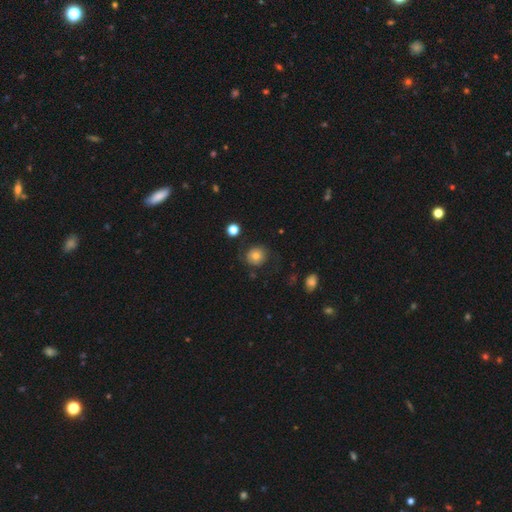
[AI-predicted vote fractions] Smooth or featured? smooth (75%)
How rounded? round (87%)
Merging? none (76%)